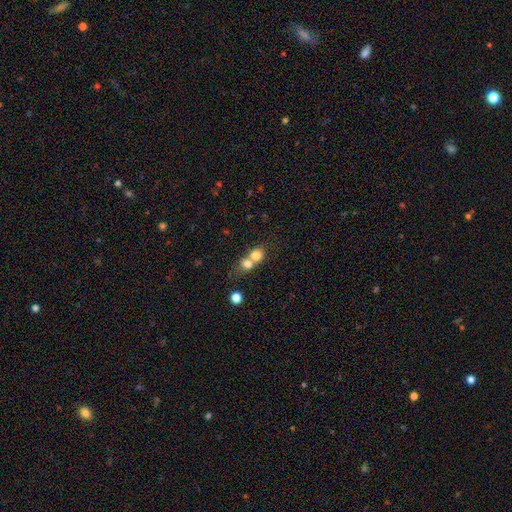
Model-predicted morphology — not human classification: This is likely a smooth galaxy (76%). How rounded: likely round (69%). Merging: likely merger (66%).